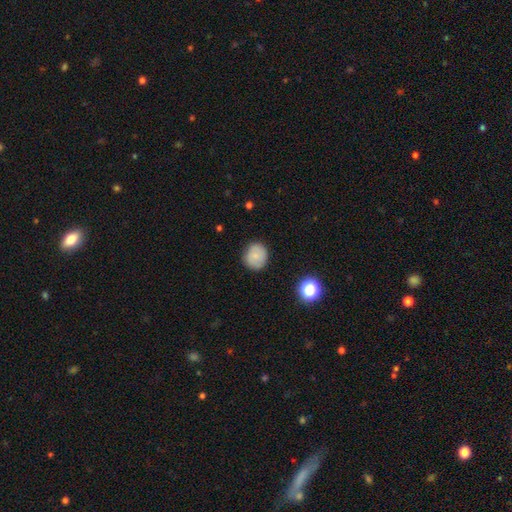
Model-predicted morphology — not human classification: smooth 71%, featured or disk 20%, star or artifact 10%. Down the decision tree: how rounded — round (80%); merging — none (83%).